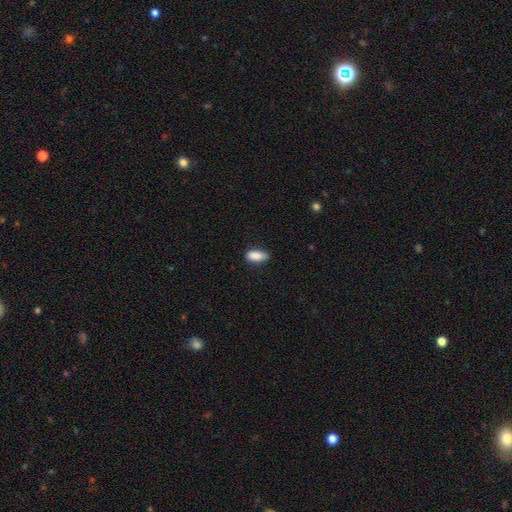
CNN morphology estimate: smooth-or-featured: smooth: 88% | star or artifact: 7% | featured or disk: 5%
  how-rounded: in between: 86% | cigar-shaped: 11% | round: 3%
  merging: none: 79% | minor disturbance: 17% | major disturbance: 3% | merger: 1%